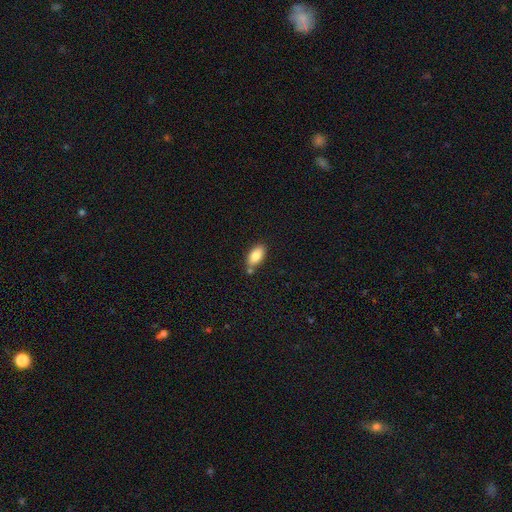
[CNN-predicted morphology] smooth-or-featured: smooth: 84% | featured or disk: 8% | star or artifact: 7%
  how-rounded: in between: 92% | cigar-shaped: 4% | round: 4%
  merging: none: 71% | minor disturbance: 15% | merger: 12% | major disturbance: 3%